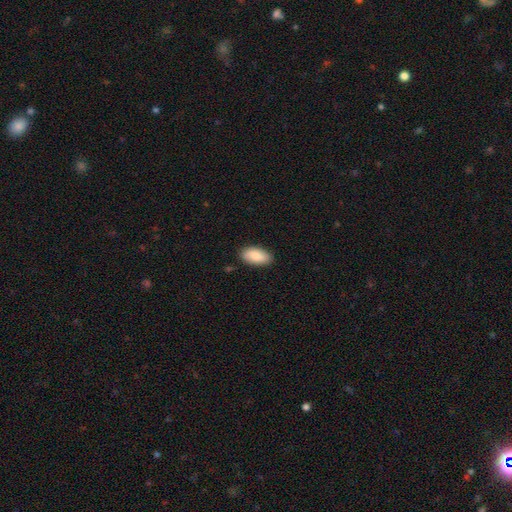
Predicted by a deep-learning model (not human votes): Overall: smooth (86%). How rounded: in between (93%). Merging: none (87%).